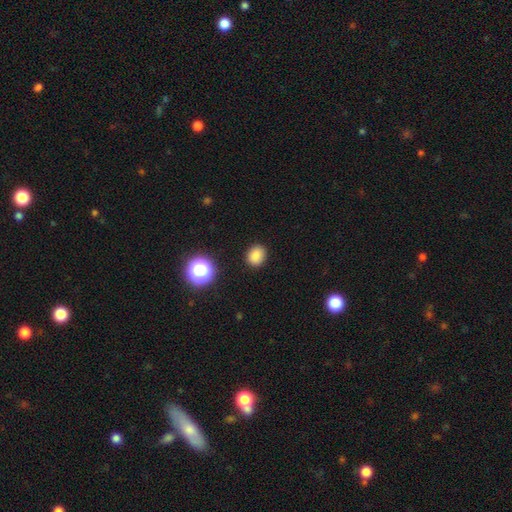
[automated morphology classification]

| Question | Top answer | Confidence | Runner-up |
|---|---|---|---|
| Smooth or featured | smooth | 83% | star or artifact (13%) |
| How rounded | round | 58% | in between (41%) |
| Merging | none | 88% | minor disturbance (8%) |